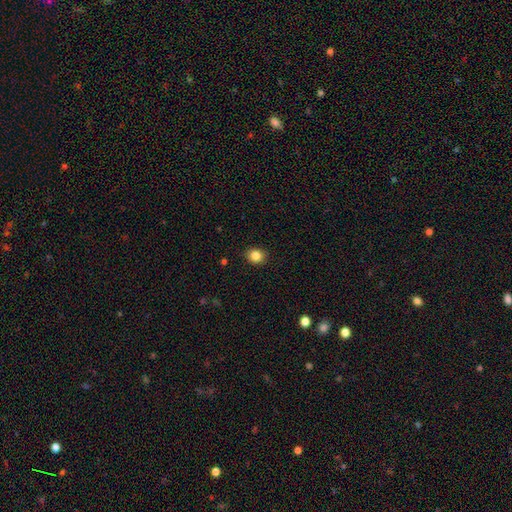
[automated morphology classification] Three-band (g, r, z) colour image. It shows a smooth galaxy with no disk features (85%) that is round (73%). Merging: none (90%).